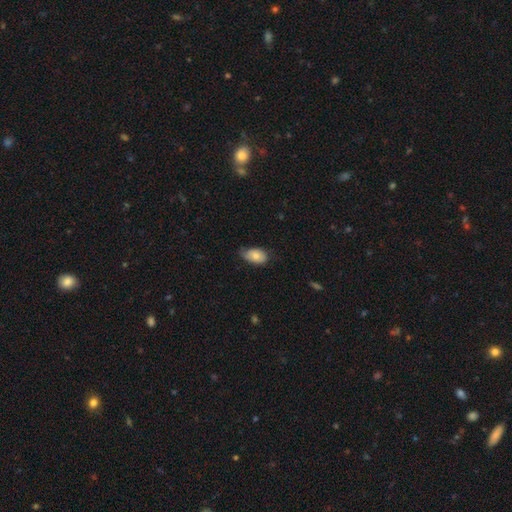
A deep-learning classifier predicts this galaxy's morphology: Smooth or featured: smooth — 75% (featured or disk — 18%)
How rounded: in between — 90% (round — 8%)
Merging: none — 51% (minor disturbance — 38%)